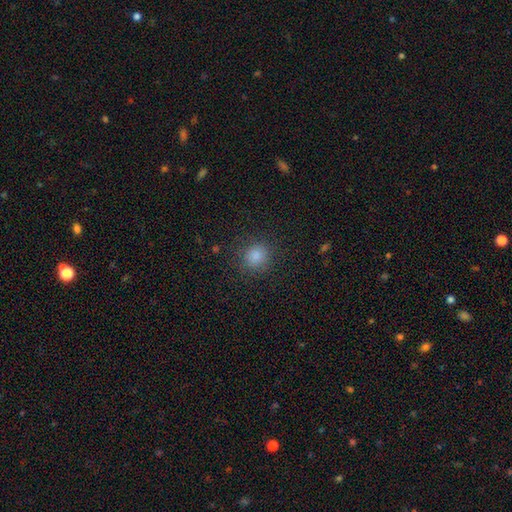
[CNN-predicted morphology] Q: Smooth or featured?
A: smooth (82%); runner-up: star or artifact (14%)
Q: How rounded?
A: round (87%); runner-up: in between (12%)
Q: Merging?
A: none (87%); runner-up: minor disturbance (8%)